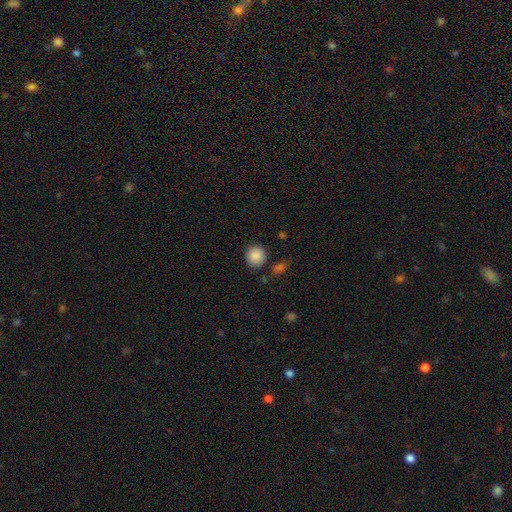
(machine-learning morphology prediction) Smooth or featured?
  - smooth: 88% *
  - star or artifact: 8%
  - featured or disk: 4%
How rounded?
  - round: 88% *
  - in between: 11%
  - cigar-shaped: 1%
Merging?
  - none: 85% *
  - minor disturbance: 9%
  - merger: 4%
  - major disturbance: 3%